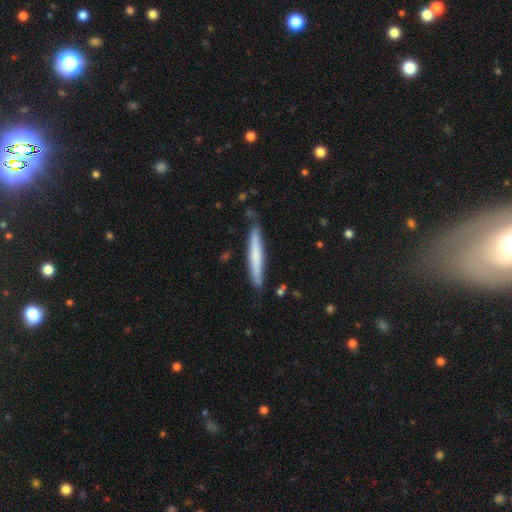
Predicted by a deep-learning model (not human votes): Overall: smooth (63%; featured or disk 32%). How rounded: cigar-shaped (95%). Merging: none (81%).